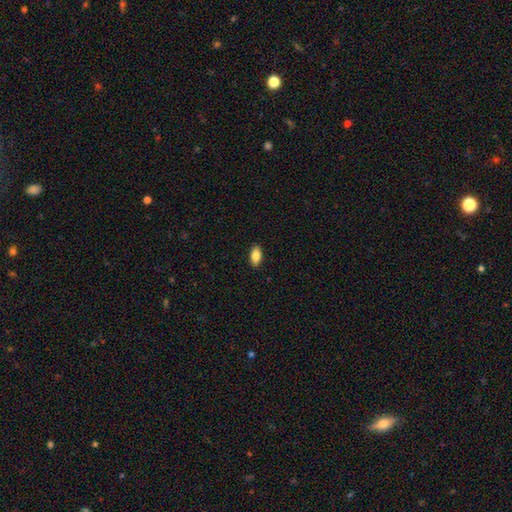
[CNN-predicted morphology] A smooth galaxy with no disk features (84%) that is in between round and cigar-shaped (92%).

Vote fractions:
- Smooth or featured? smooth: 84% / featured or disk: 8% / star or artifact: 7%
- How rounded? in between: 92% / cigar-shaped: 4% / round: 4%
- Merging? none: 90% / minor disturbance: 8% / major disturbance: 2% / merger: 1%